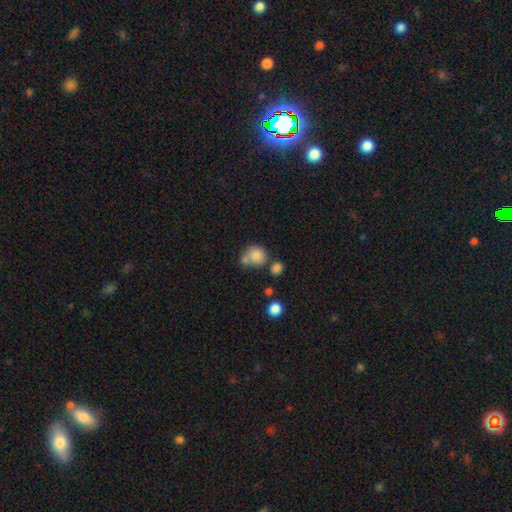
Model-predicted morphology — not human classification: Overall: smooth (79%). How rounded: round (80%). Merging: none (46%; merger 33%).